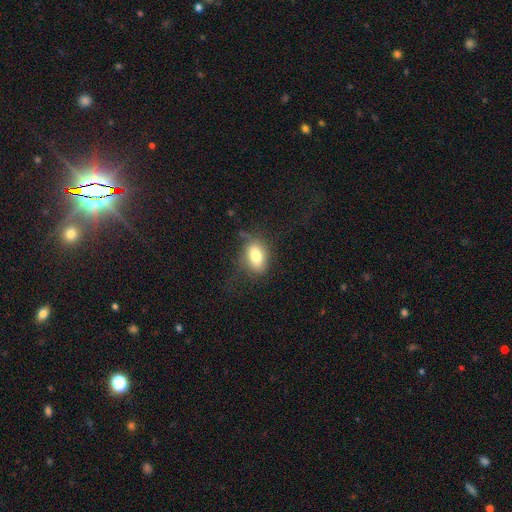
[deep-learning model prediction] Smooth or featured? smooth (75%)
How rounded? in between (83%)
Merging? none (63%)